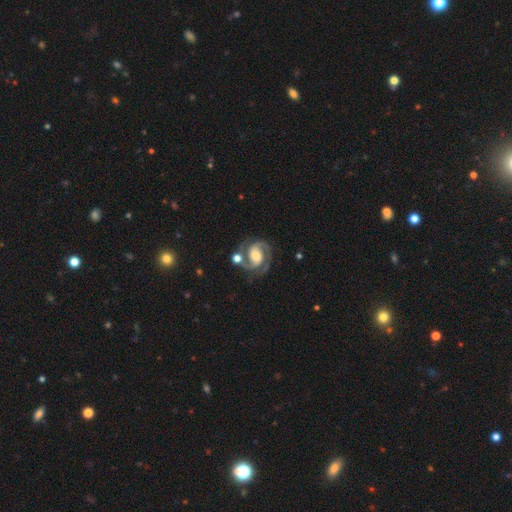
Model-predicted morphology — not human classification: Q: Smooth or featured?
A: featured or disk (90%); runner-up: smooth (5%)
Q: Edge-on disk?
A: no (98%); runner-up: yes (2%)
Q: Bar?
A: weak (39%); tied with: no (39%)
Q: Spiral arms?
A: yes (98%); runner-up: no (2%)
Q: Spiral winding?
A: medium (55%); runner-up: tight (36%)
Q: Spiral arm count?
A: 2 (91%); runner-up: 3 (3%)
Q: Bulge size?
A: moderate (60%); runner-up: small (22%)
Q: Merging?
A: none (67%); runner-up: minor disturbance (15%)